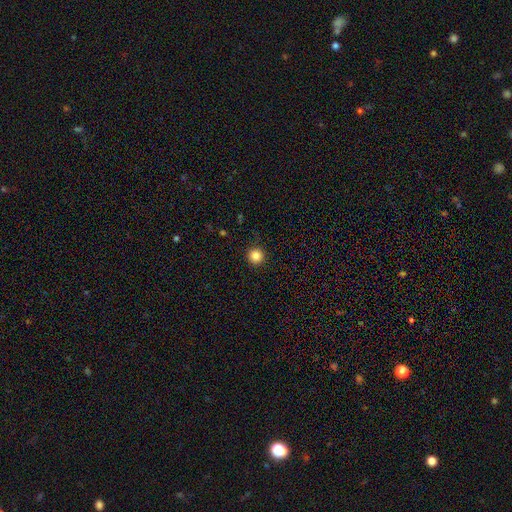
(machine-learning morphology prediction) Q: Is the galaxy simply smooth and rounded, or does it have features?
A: smooth — 85%.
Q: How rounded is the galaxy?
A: round — 96%.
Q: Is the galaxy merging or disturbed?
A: none — 92%.